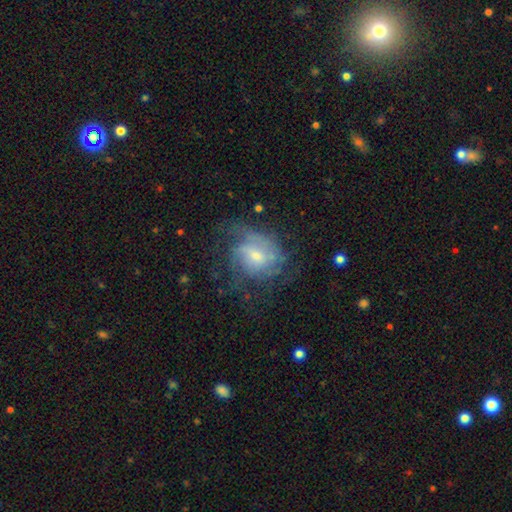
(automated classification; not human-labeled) This is likely a featured or disk galaxy (69%). It is clearly not viewed edge-on (97%). Bar: possibly no (52%). Spiral arm pattern: clearly yes (83%). Spiral arm count: marginally can't tell (45%). Spiral winding: marginally tight (40%). Central bulge: possibly small (45%, tied with moderate). Merging: possibly none (52%).